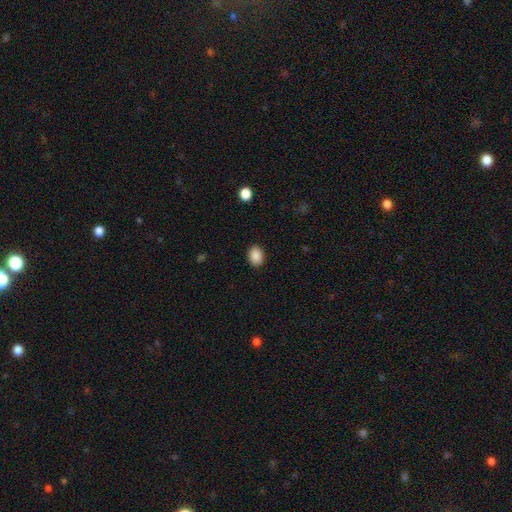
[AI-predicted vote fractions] smooth 89%, star or artifact 8%, featured or disk 3%. Down the decision tree: how rounded — in between (62%); merging — none (89%).